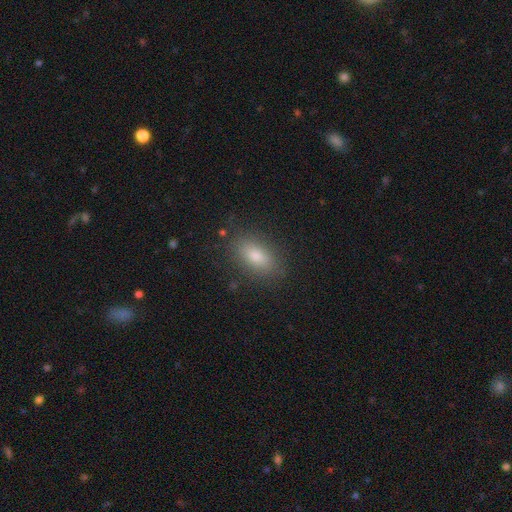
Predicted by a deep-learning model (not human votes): Smooth or featured? Predicted: smooth (p=0.79). How rounded? Predicted: in between (p=0.86). Merging? Predicted: none (p=0.85).